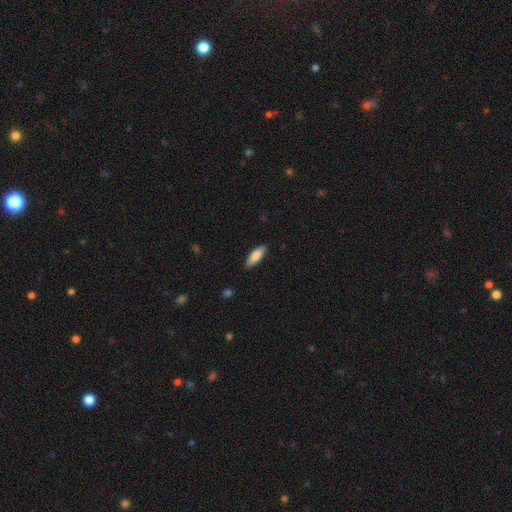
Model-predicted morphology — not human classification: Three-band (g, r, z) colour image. It shows a smooth galaxy with no disk features (82%) that is in between round and cigar-shaped (57%). Merging: none (87%).